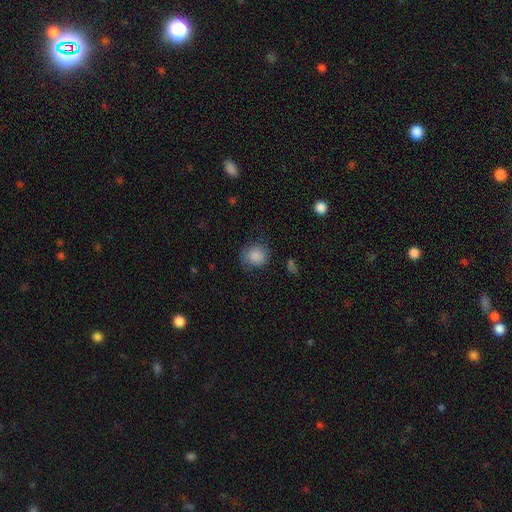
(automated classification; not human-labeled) smooth_or_featured: smooth (p=0.84) [alt: star or artifact p=0.09]
how_rounded: round (p=0.79) [alt: in between p=0.21]
merging: none (p=0.70) [alt: minor disturbance p=0.20]